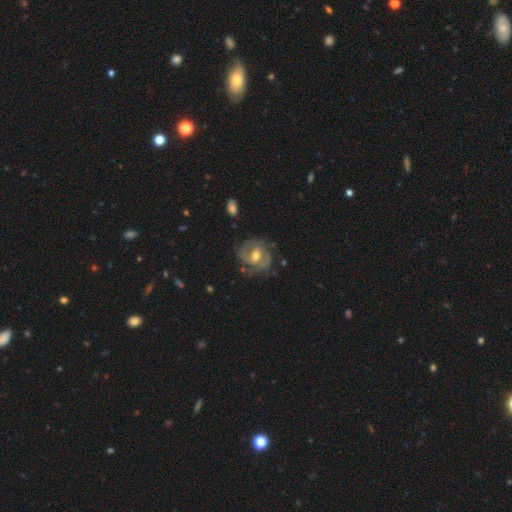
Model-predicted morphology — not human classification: Smooth or featured? Predicted: featured or disk (p=0.81). Edge-on disk? Predicted: no (p=0.97). Bar? Predicted: weak (p=0.53). Spiral arms? Predicted: yes (p=0.89). Spiral winding? Predicted: medium (p=0.44). Spiral arm count? Predicted: 2 (p=0.66). Bulge size? Predicted: moderate (p=0.71). Merging? Predicted: none (p=0.69).